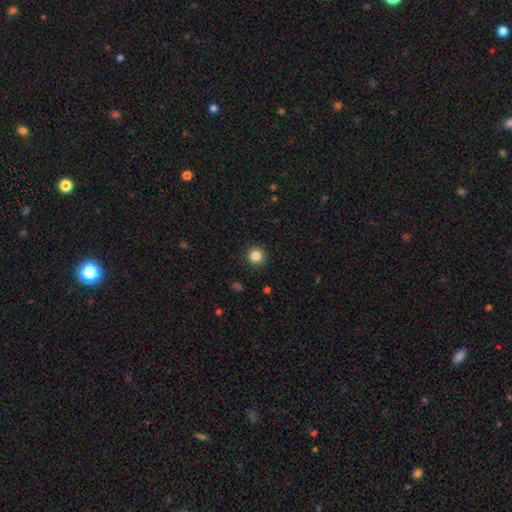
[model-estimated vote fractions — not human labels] A smooth galaxy with no disk features (85%) that is round (94%). Merging: none (92%).